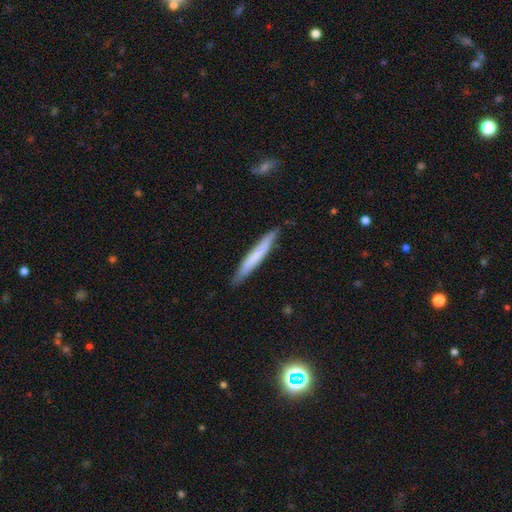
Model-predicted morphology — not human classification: Smooth or featured?
  - smooth: 66% *
  - featured or disk: 28%
  - star or artifact: 6%
How rounded?
  - cigar-shaped: 96% *
  - in between: 3%
  - round: 1%
Merging?
  - none: 87% *
  - minor disturbance: 11%
  - major disturbance: 2%
  - merger: 1%